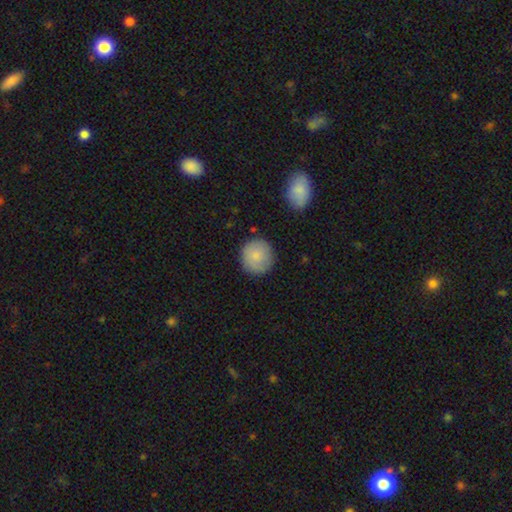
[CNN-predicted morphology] Smooth or featured? smooth (82%)
How rounded? round (94%)
Merging? none (85%)